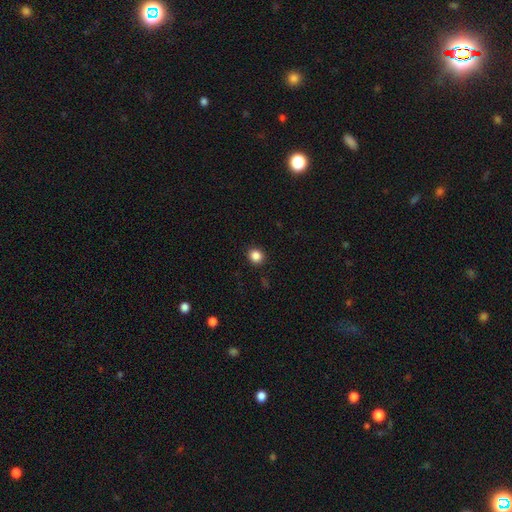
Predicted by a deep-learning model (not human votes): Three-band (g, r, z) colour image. It shows a smooth galaxy with no disk features (86%) that is round (86%). Merging: none (91%).